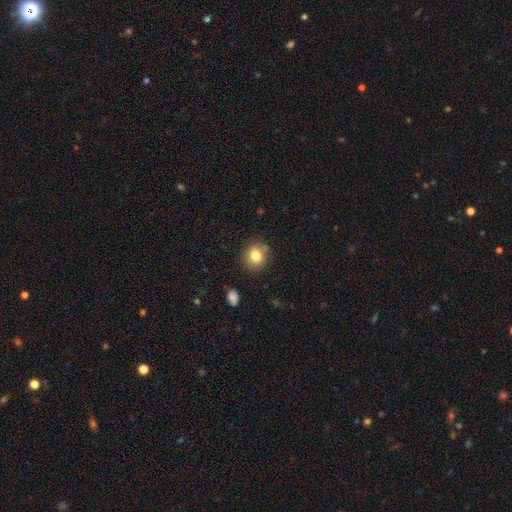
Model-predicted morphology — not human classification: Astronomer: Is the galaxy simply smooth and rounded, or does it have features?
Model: smooth — 81%.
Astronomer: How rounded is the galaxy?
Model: round — 78%.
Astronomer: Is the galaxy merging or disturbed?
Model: none — 84%.